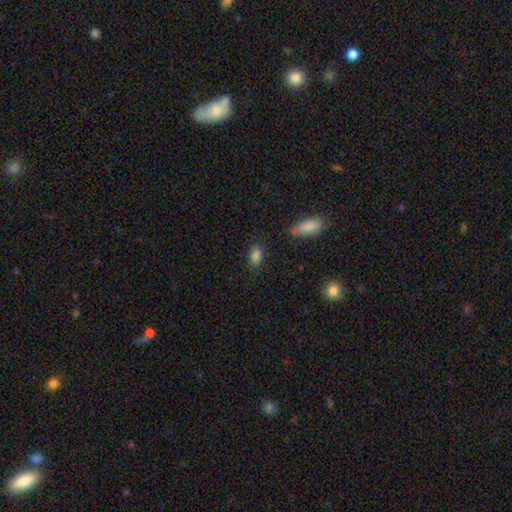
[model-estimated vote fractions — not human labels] Overall: smooth (85%). How rounded: in between (89%). Merging: none (81%).